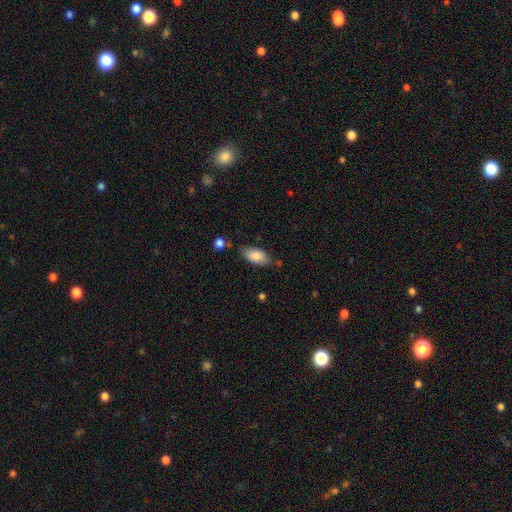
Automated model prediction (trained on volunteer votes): smooth 82%, featured or disk 11%, star or artifact 7%. Down the decision tree: how rounded — in between (93%); merging — none (72%).